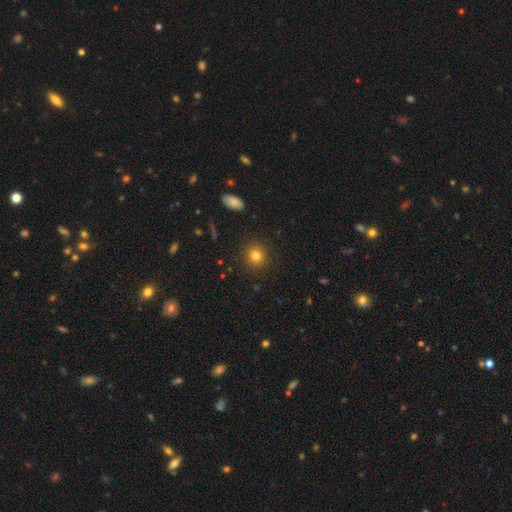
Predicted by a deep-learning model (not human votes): Smooth or featured? smooth (80%)
How rounded? round (89%)
Merging? none (90%)